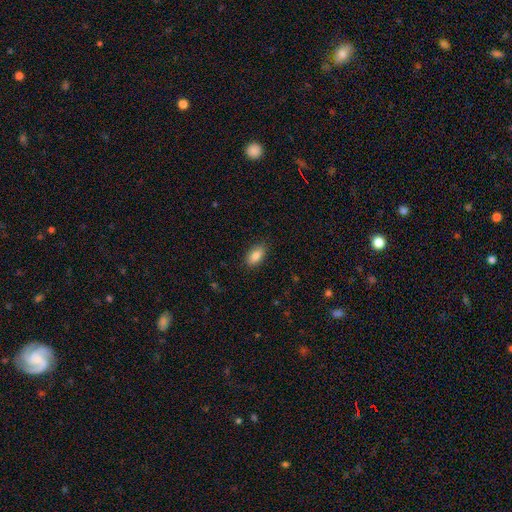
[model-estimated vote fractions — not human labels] Q: Smooth or featured?
A: smooth (86%); runner-up: star or artifact (7%)
Q: How rounded?
A: in between (91%); runner-up: round (5%)
Q: Merging?
A: none (85%); runner-up: minor disturbance (11%)